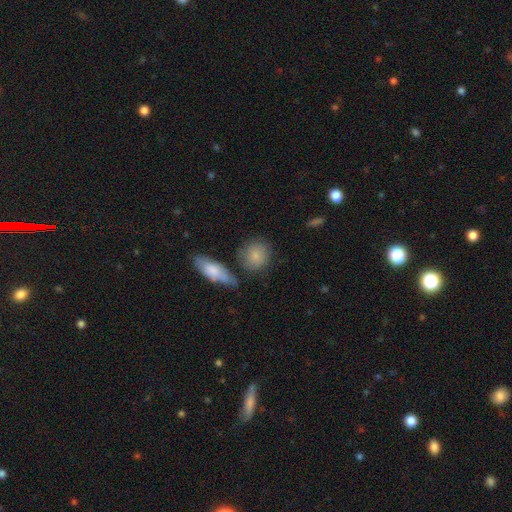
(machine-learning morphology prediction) smooth-or-featured: smooth: 83% | featured or disk: 10% | star or artifact: 7%
  how-rounded: round: 72% | in between: 25% | cigar-shaped: 3%
  merging: none: 72% | minor disturbance: 15% | merger: 9% | major disturbance: 5%